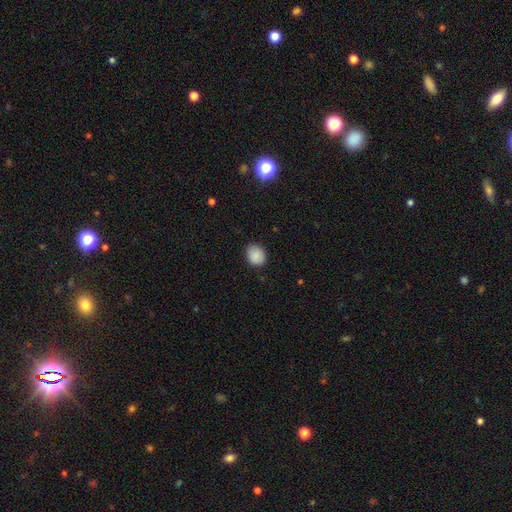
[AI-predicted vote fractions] Q: Smooth or featured?
A: smooth (88%); runner-up: star or artifact (8%)
Q: How rounded?
A: round (53%); runner-up: in between (46%)
Q: Merging?
A: none (85%); runner-up: minor disturbance (12%)